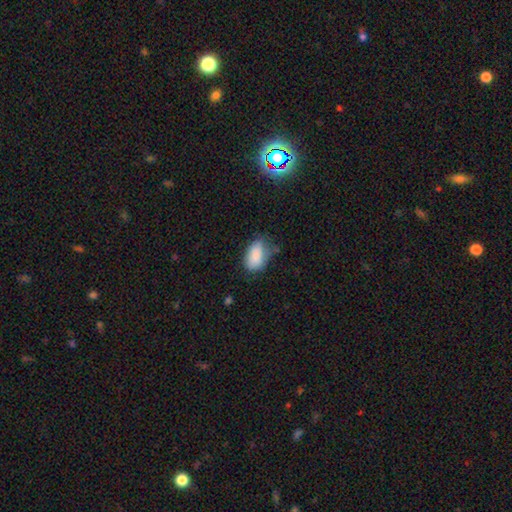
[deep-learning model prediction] Smooth or featured?
  - smooth: 85% *
  - featured or disk: 8%
  - star or artifact: 8%
How rounded?
  - in between: 92% *
  - round: 6%
  - cigar-shaped: 2%
Merging?
  - none: 49% *
  - minor disturbance: 36%
  - major disturbance: 12%
  - merger: 4%